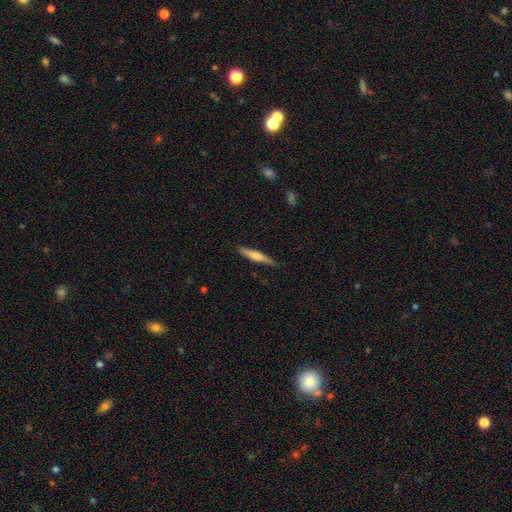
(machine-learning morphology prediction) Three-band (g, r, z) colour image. It shows a smooth galaxy with no disk features (47%, tied with featured or disk). Merging: none (87%).